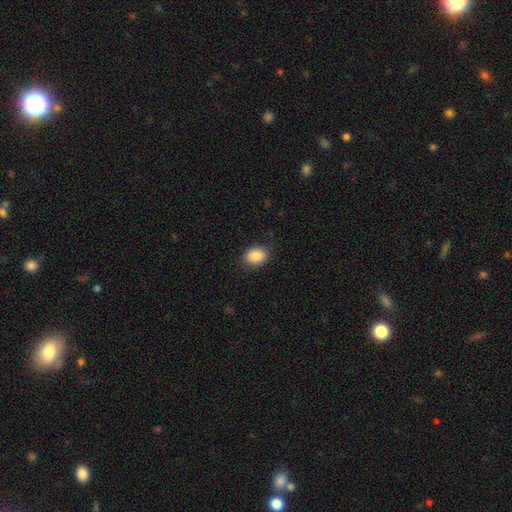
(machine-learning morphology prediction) A smooth galaxy with no disk features (88%) that is in between round and cigar-shaped (63%).

Vote fractions:
- Smooth or featured? smooth: 88% / star or artifact: 8% / featured or disk: 4%
- How rounded? in between: 63% / round: 36% / cigar-shaped: 1%
- Merging? none: 86% / minor disturbance: 10% / major disturbance: 3% / merger: 1%